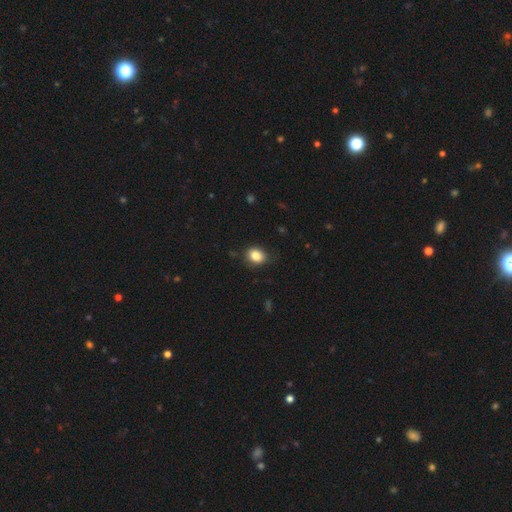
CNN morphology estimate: This is clearly a smooth galaxy (85%). How rounded: possibly in between (54%). Merging: likely none (79%).